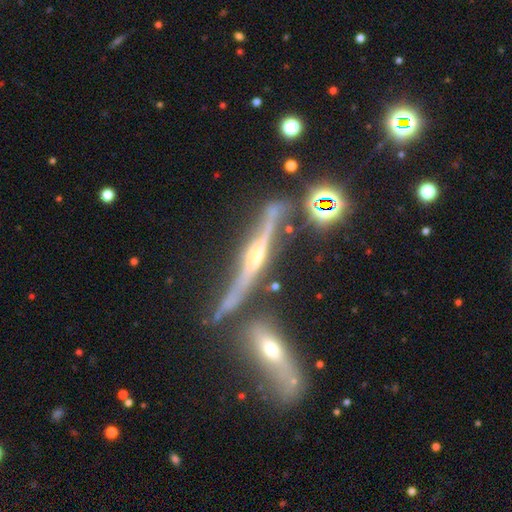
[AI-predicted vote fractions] smooth_or_featured: featured or disk (p=0.80) [alt: star or artifact p=0.10]
disk_edge_on: yes (p=0.95) [alt: no p=0.05]
edge_on_bulge: rounded (p=0.84) [alt: none p=0.08]
merging: none (p=0.64) [alt: merger p=0.16]